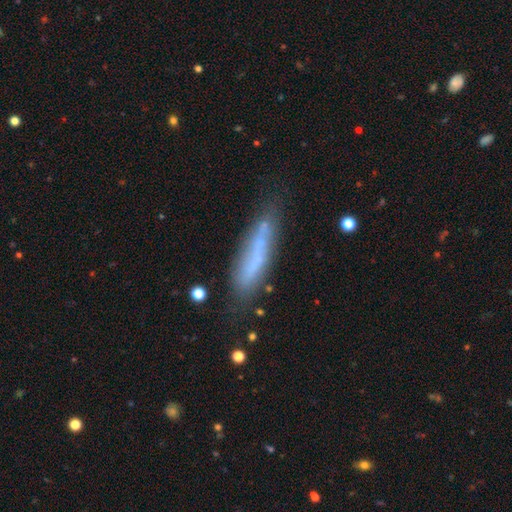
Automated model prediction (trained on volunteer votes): Q: Smooth or featured?
A: smooth (55%); runner-up: featured or disk (35%)
Q: How rounded?
A: cigar-shaped (81%); runner-up: in between (17%)
Q: Merging?
A: none (64%); runner-up: minor disturbance (23%)